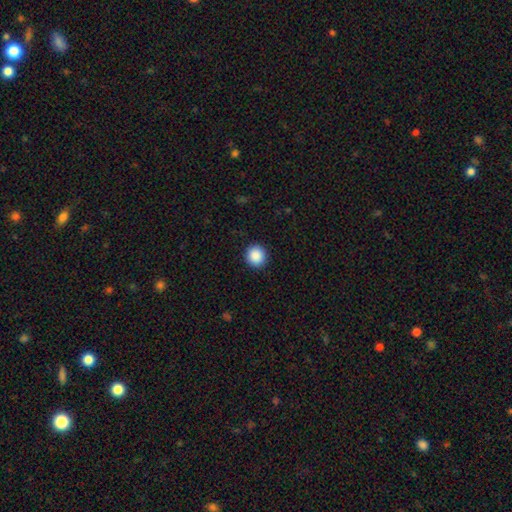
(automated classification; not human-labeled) A smooth galaxy with no disk features (89%) that is round (93%).

Vote fractions:
- Smooth or featured? smooth: 89% / star or artifact: 9% / featured or disk: 3%
- How rounded? round: 93% / in between: 6% / cigar-shaped: 1%
- Merging? none: 92% / minor disturbance: 5% / major disturbance: 2% / merger: 1%